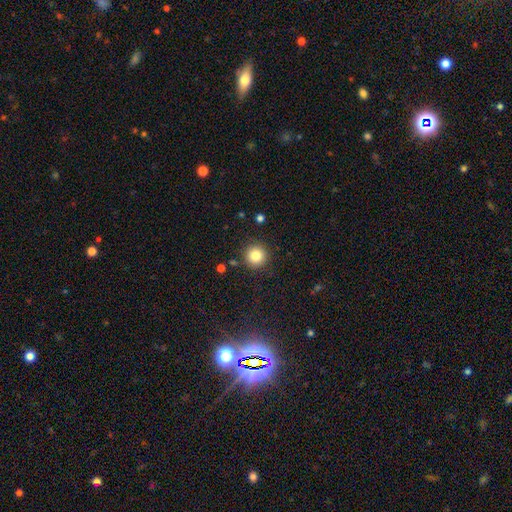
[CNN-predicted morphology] Smooth or featured? smooth (83%)
How rounded? round (95%)
Merging? none (89%)